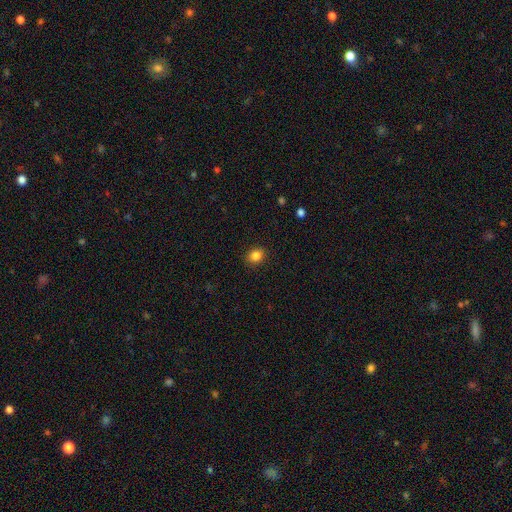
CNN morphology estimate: smooth-or-featured: smooth: 84% | star or artifact: 11% | featured or disk: 5%
  how-rounded: round: 63% | in between: 36% | cigar-shaped: 1%
  merging: none: 90% | minor disturbance: 7% | major disturbance: 2% | merger: 1%